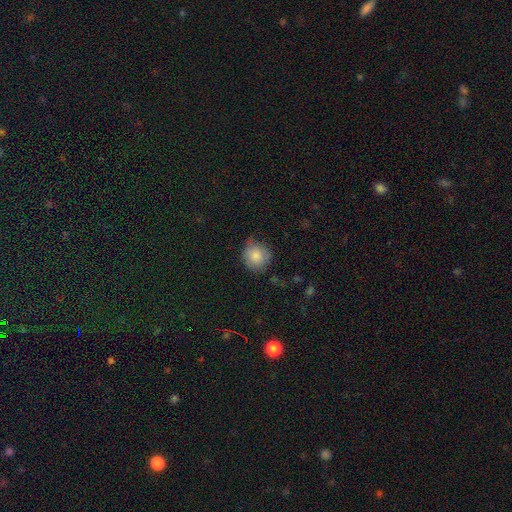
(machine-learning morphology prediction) Smooth or featured?
  - smooth: 83% *
  - featured or disk: 9%
  - star or artifact: 8%
How rounded?
  - round: 88% *
  - in between: 11%
  - cigar-shaped: 1%
Merging?
  - none: 62% *
  - minor disturbance: 30%
  - major disturbance: 6%
  - merger: 2%